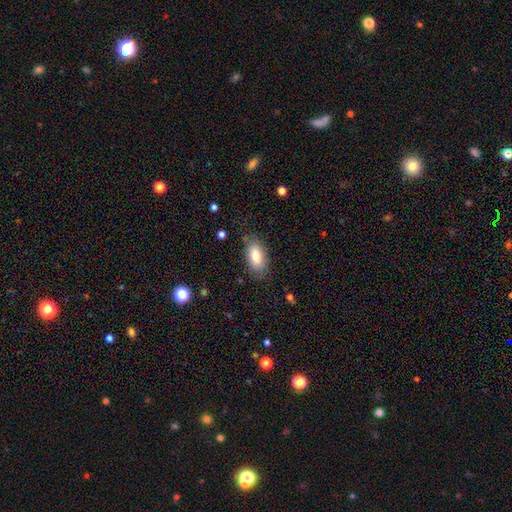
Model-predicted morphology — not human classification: smooth-or-featured: smooth: 82% | featured or disk: 11% | star or artifact: 7%
  how-rounded: in between: 91% | cigar-shaped: 6% | round: 3%
  merging: none: 78% | minor disturbance: 16% | major disturbance: 4% | merger: 1%